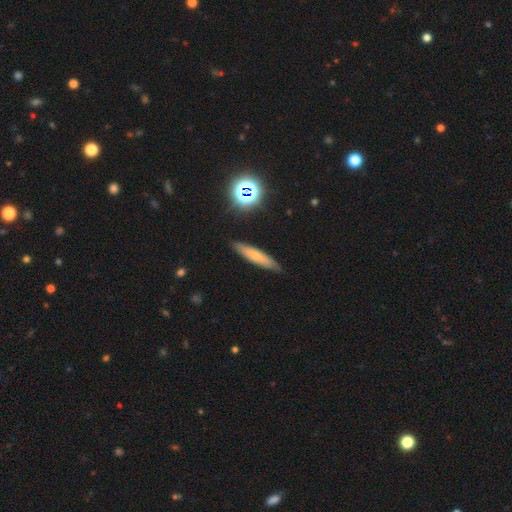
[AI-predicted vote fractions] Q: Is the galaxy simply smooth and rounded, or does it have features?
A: smooth — 62%.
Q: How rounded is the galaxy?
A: cigar-shaped — 85%.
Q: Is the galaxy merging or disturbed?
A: none — 85%.